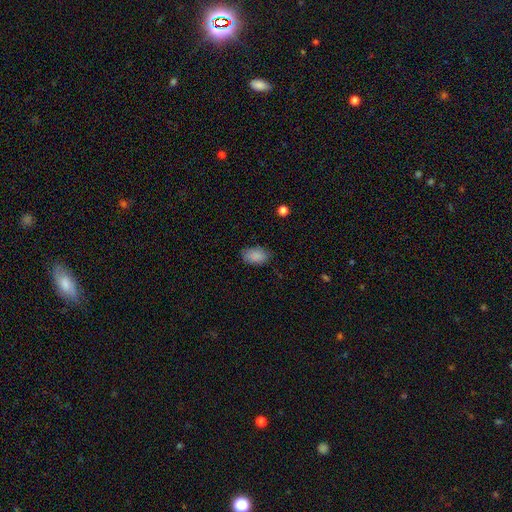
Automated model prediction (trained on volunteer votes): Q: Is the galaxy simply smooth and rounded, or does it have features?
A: smooth — 87%.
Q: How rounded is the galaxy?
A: in between — 90%.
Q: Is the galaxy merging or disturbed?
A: none — 80%.